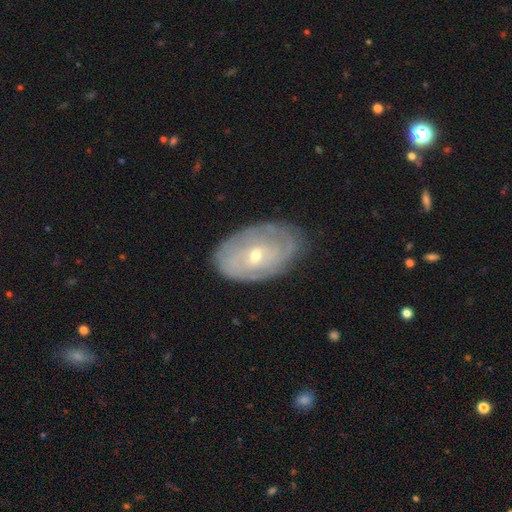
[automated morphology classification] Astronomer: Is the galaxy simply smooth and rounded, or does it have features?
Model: featured or disk — 71%.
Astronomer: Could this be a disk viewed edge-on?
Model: no — 94%.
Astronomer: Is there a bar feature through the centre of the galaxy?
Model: no — 58% (runner-up: weak, 35%).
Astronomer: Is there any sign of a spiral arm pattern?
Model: yes — 75%.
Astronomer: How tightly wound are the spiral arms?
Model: tight — 70%.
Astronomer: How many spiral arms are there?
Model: can't tell — 59%.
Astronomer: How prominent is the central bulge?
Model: small — 54% (runner-up: moderate, 43%).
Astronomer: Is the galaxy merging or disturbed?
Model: none — 71%.